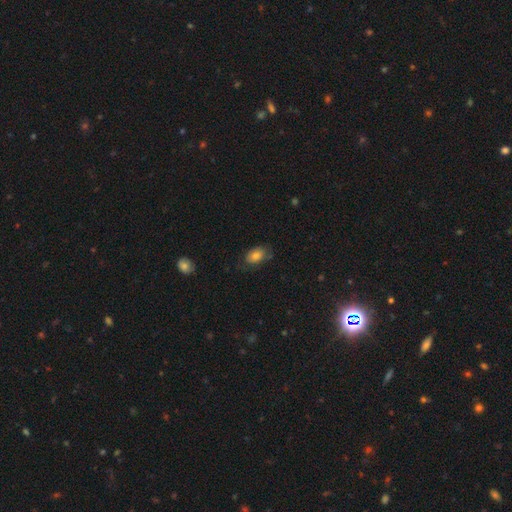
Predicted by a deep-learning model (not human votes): A smooth galaxy with no disk features (77%) that is in between round and cigar-shaped (85%). Merging: none (67%).